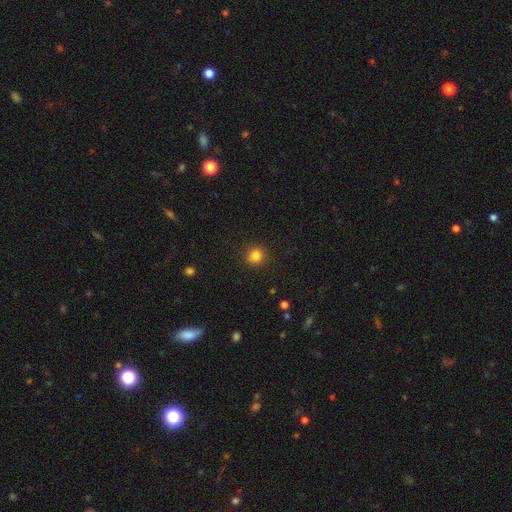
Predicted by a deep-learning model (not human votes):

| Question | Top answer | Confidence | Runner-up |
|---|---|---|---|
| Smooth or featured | smooth | 83% | star or artifact (12%) |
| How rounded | round | 90% | in between (9%) |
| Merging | none | 90% | minor disturbance (6%) |